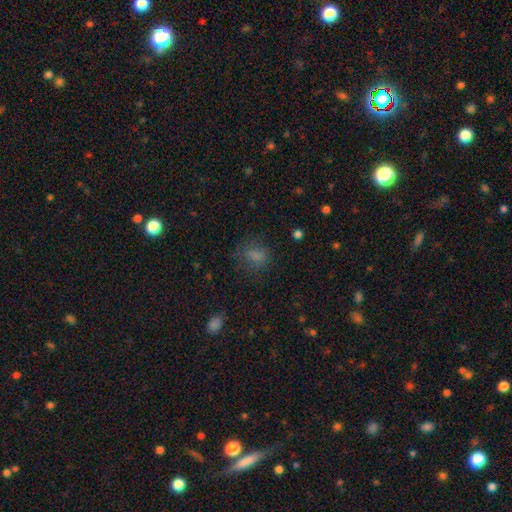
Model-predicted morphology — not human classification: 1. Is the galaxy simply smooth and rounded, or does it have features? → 76% smooth, 15% star or artifact, 9% featured or disk.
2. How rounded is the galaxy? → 57% in between, 40% round, 3% cigar-shaped.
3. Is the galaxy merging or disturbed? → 66% none, 19% minor disturbance, 13% major disturbance, 2% merger.